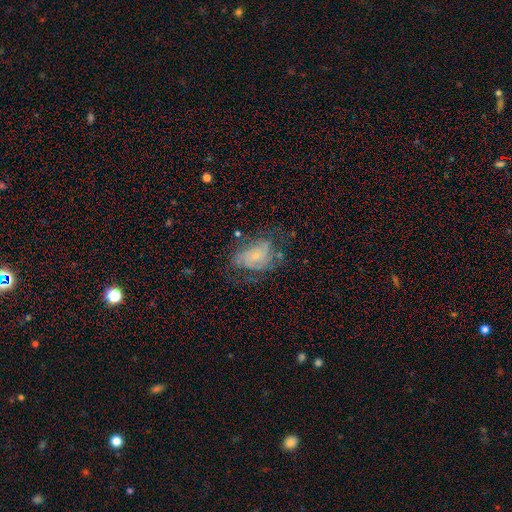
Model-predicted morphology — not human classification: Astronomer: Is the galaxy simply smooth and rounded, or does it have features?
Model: featured or disk — 69%.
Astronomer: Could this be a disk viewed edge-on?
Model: no — 97%.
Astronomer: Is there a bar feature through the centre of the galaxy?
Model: no — 74%.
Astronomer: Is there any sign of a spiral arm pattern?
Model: yes — 82%.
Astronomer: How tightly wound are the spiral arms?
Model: tight — 46% (runner-up: medium, 38%).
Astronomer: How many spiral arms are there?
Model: can't tell — 40% (runner-up: 2, 30%).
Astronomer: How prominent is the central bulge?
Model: small — 71%.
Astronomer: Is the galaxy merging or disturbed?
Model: none — 50% (runner-up: minor disturbance, 26%).